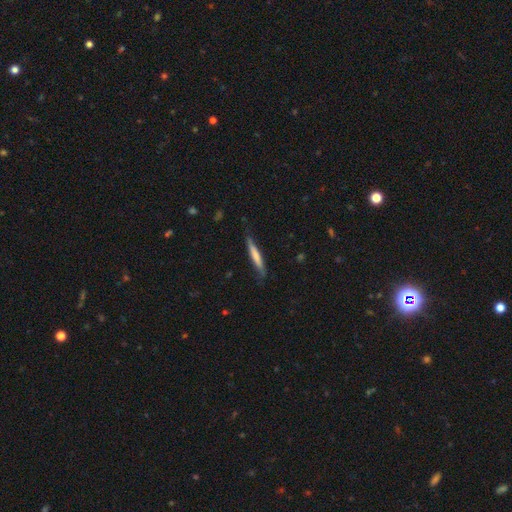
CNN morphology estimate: The model was most divided on "smooth or featured": smooth: 66%, featured or disk: 29%, star or artifact: 5%. More confident: how rounded — cigar-shaped (94%); merging — none (76%).